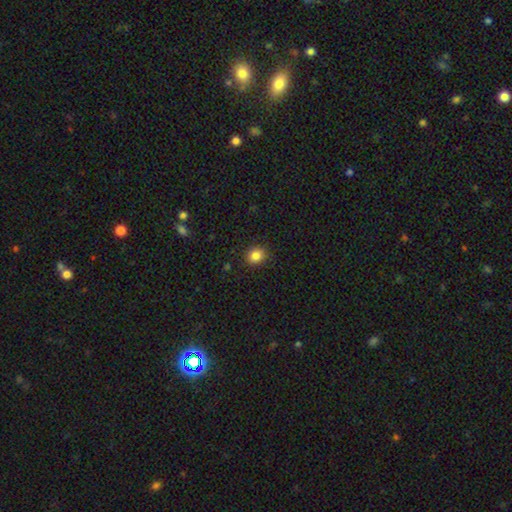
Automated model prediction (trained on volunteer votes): A smooth galaxy with no disk features (85%) that is round (73%).

Vote fractions:
- Smooth or featured? smooth: 85% / star or artifact: 11% / featured or disk: 5%
- How rounded? round: 73% / in between: 26% / cigar-shaped: 1%
- Merging? none: 89% / minor disturbance: 8% / major disturbance: 2% / merger: 1%